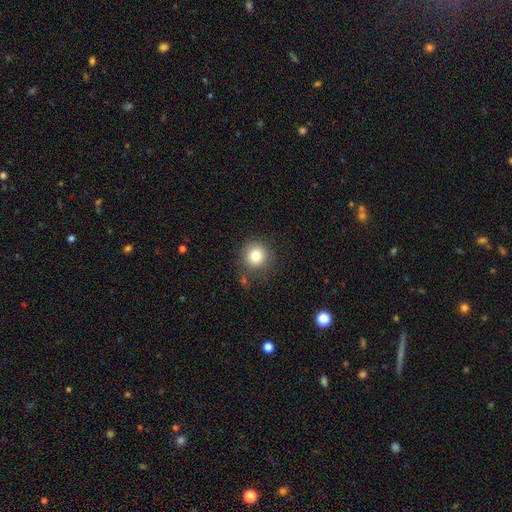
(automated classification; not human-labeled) Smooth or featured?
  - smooth: 80% *
  - star or artifact: 12%
  - featured or disk: 8%
How rounded?
  - round: 93% *
  - in between: 6%
  - cigar-shaped: 1%
Merging?
  - none: 81% *
  - minor disturbance: 12%
  - major disturbance: 4%
  - merger: 3%